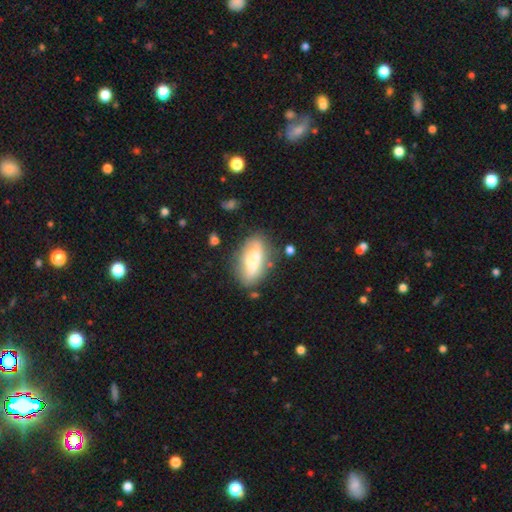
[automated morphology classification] The model was most divided on "smooth or featured": smooth: 52%, featured or disk: 40%, star or artifact: 8%. More confident: how rounded — in between (84%); merging — none (62%).